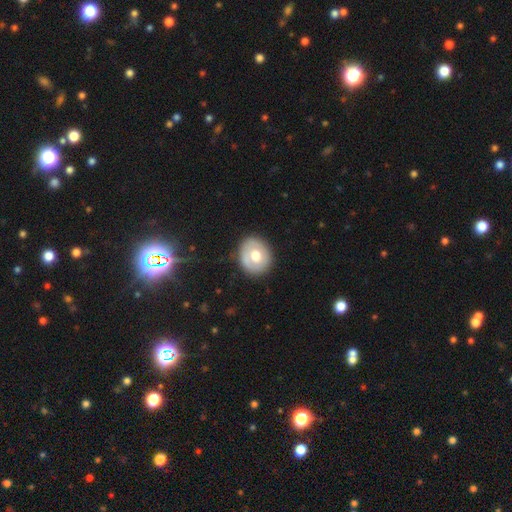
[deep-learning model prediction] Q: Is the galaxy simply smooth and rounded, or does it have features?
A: smooth — 60%.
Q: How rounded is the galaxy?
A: round — 76%.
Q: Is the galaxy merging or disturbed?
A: none — 83%.